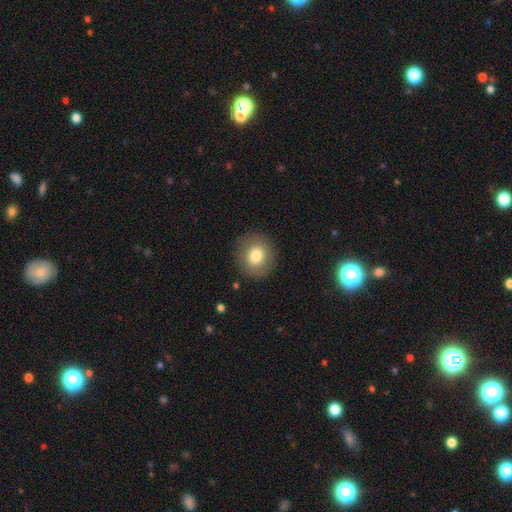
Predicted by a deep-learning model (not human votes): Q: Smooth or featured?
A: smooth (78%); runner-up: featured or disk (13%)
Q: How rounded?
A: round (84%); runner-up: in between (15%)
Q: Merging?
A: none (88%); runner-up: minor disturbance (8%)